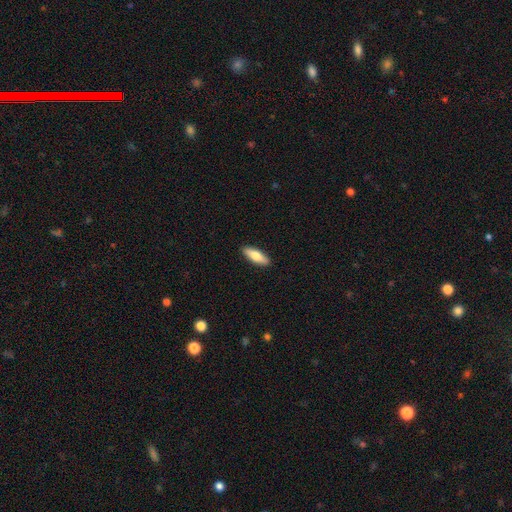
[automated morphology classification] smooth_or_featured: smooth (p=0.68) [alt: featured or disk p=0.27]
how_rounded: in between (p=0.53) [alt: cigar-shaped p=0.45]
merging: none (p=0.91) [alt: minor disturbance p=0.07]